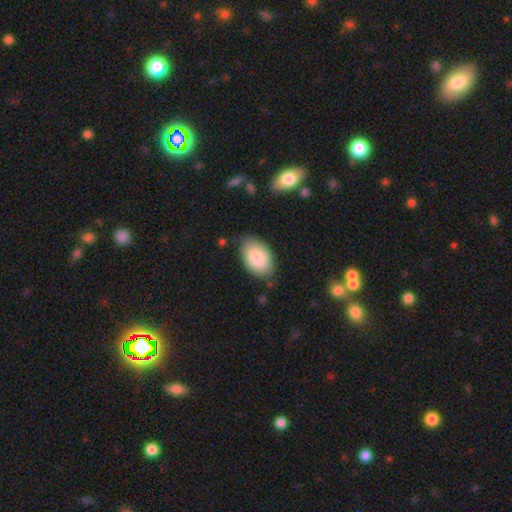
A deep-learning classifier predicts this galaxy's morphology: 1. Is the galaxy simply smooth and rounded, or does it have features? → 84% smooth, 10% featured or disk, 6% star or artifact.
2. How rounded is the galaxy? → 93% in between, 6% round, 1% cigar-shaped.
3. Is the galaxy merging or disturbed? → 78% none, 16% minor disturbance, 4% major disturbance, 2% merger.